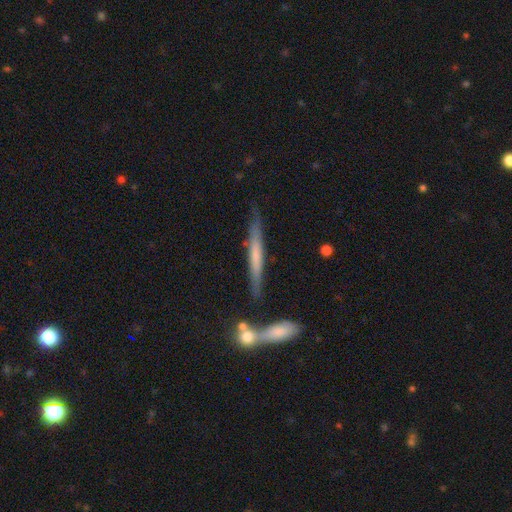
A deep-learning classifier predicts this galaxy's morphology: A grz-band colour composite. It shows a smooth galaxy with no disk features (50%) that is cigar-shaped (95%). Merging: none (79%).